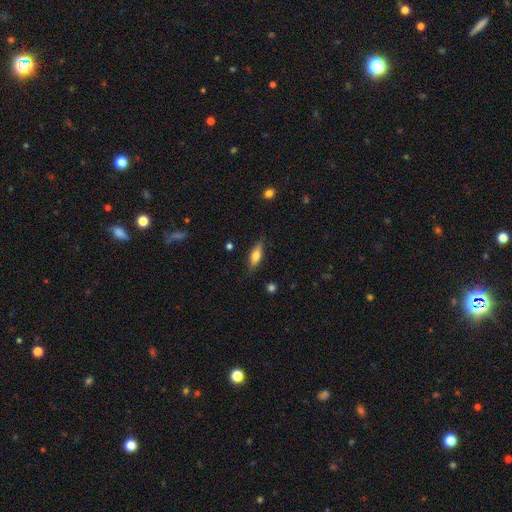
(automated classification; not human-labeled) smooth_or_featured: smooth (p=0.60) [alt: featured or disk p=0.33]
how_rounded: in between (p=0.54) [alt: cigar-shaped p=0.43]
merging: none (p=0.83) [alt: minor disturbance p=0.13]